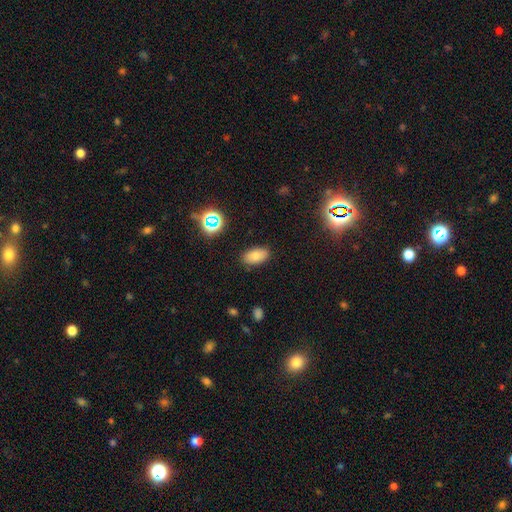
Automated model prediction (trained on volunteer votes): Q: Smooth or featured?
A: smooth (78%); runner-up: star or artifact (13%)
Q: How rounded?
A: in between (92%); runner-up: round (5%)
Q: Merging?
A: none (85%); runner-up: minor disturbance (10%)